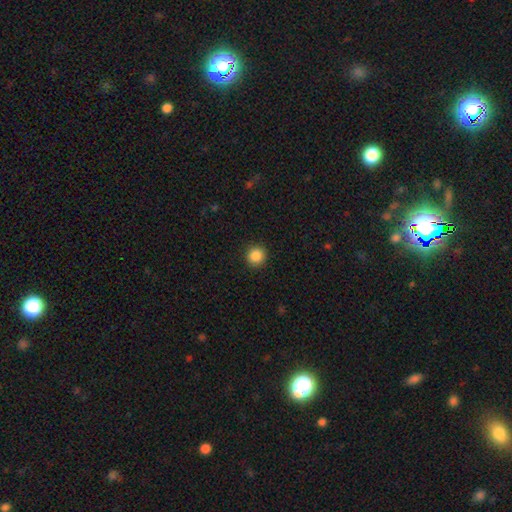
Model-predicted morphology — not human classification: Smooth or featured? Predicted: smooth (p=0.88). How rounded? Predicted: round (p=0.94). Merging? Predicted: none (p=0.92).